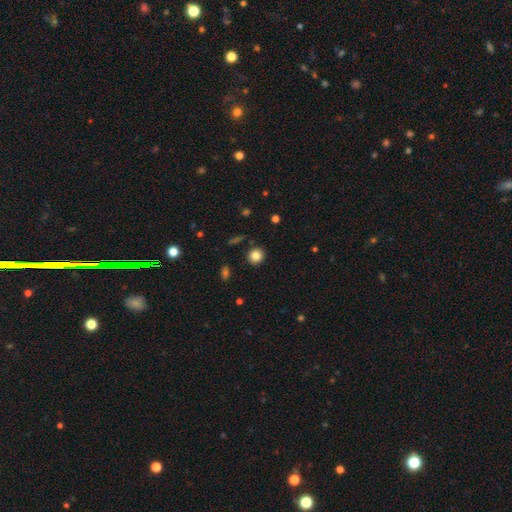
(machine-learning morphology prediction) Overall: smooth (83%). How rounded: round (89%). Merging: none (90%).